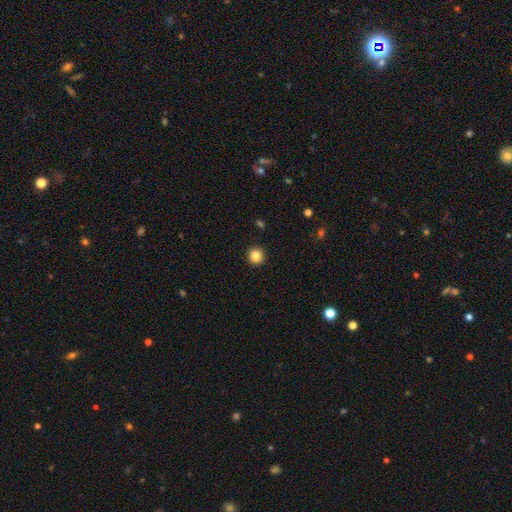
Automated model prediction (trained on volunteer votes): Smooth or featured? Predicted: smooth (p=0.84). How rounded? Predicted: round (p=0.94). Merging? Predicted: none (p=0.92).